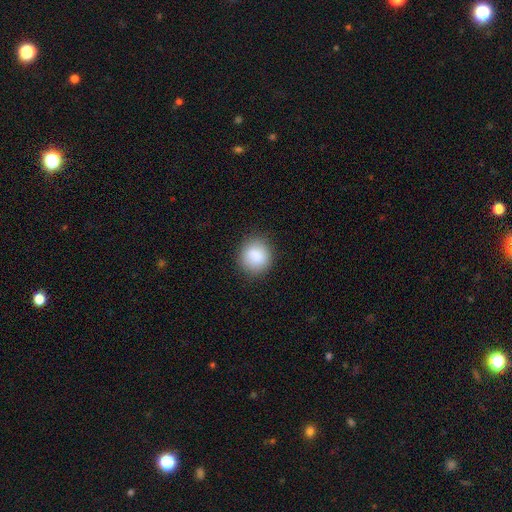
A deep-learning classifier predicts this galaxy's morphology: type=smooth (86%); roundness=round (82%); merging=none (85%).